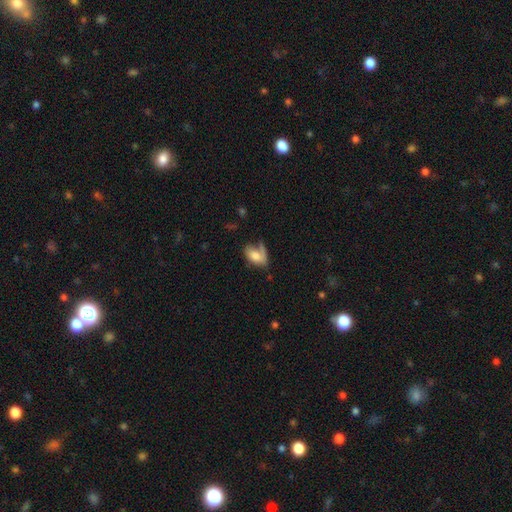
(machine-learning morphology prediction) Overall: smooth (68%). How rounded: in between (89%). Merging: none (40%; minor disturbance 25%).